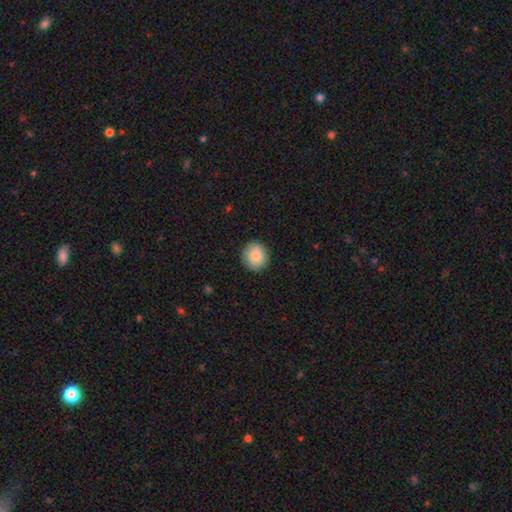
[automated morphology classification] The model was most divided on "how rounded": round: 83%, in between: 16%, cigar-shaped: 1%. More confident: merging — none (88%); smooth or featured — smooth (86%).